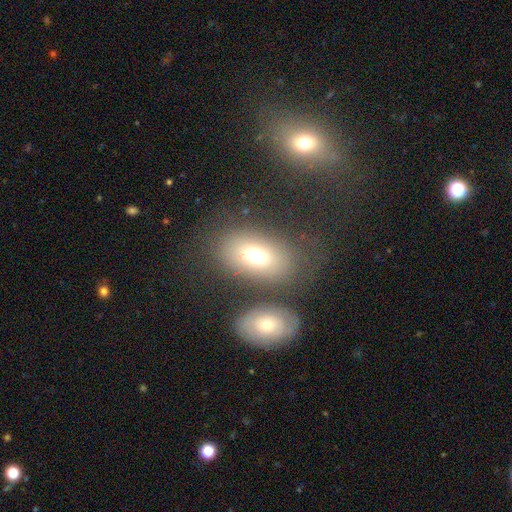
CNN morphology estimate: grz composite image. It shows a smooth galaxy with no disk features (70%) that is in between round and cigar-shaped (81%). Merging: none (67%).